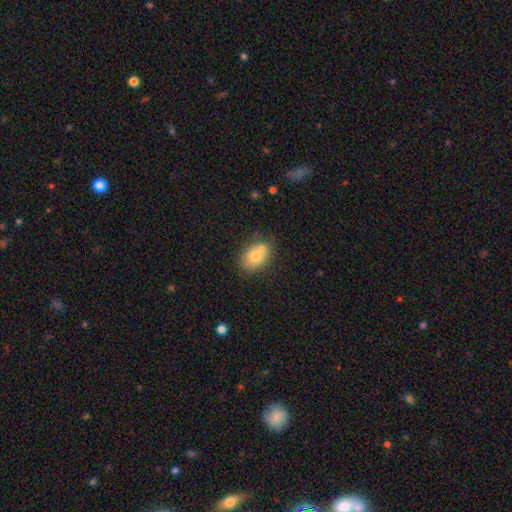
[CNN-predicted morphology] Q: Smooth or featured?
A: smooth (72%); runner-up: featured or disk (19%)
Q: How rounded?
A: in between (72%); runner-up: round (27%)
Q: Merging?
A: none (57%); runner-up: merger (24%)